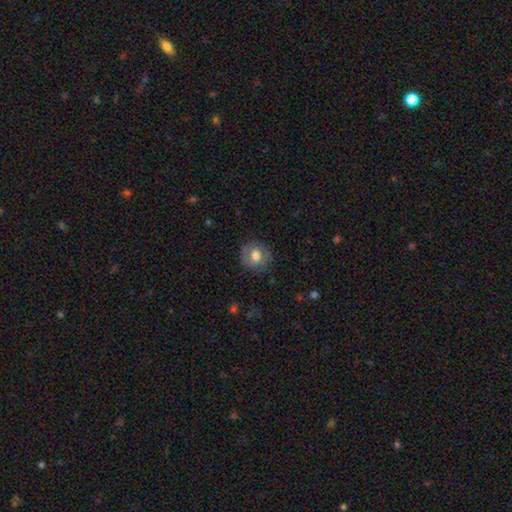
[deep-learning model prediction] Smooth or featured? smooth (70%)
How rounded? round (85%)
Merging? none (83%)